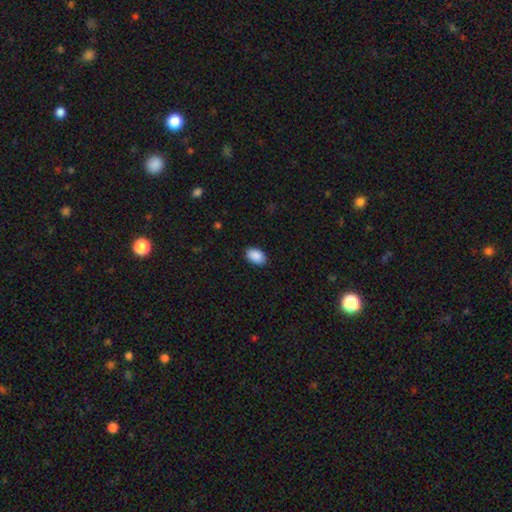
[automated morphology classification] Smooth or featured?
  - smooth: 91% *
  - star or artifact: 7%
  - featured or disk: 3%
How rounded?
  - in between: 89% *
  - round: 10%
  - cigar-shaped: 1%
Merging?
  - none: 89% *
  - minor disturbance: 8%
  - major disturbance: 2%
  - merger: 1%